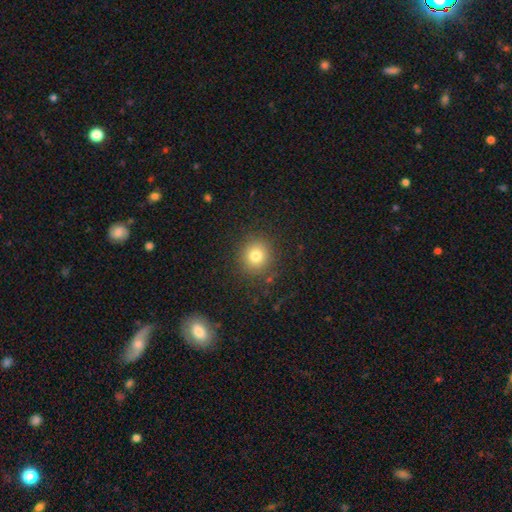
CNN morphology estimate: A smooth galaxy with no disk features (78%) that is round (89%).

Vote fractions:
- Smooth or featured? smooth: 78% / star or artifact: 14% / featured or disk: 8%
- How rounded? round: 89% / in between: 10% / cigar-shaped: 1%
- Merging? none: 87% / minor disturbance: 8% / major disturbance: 3% / merger: 2%